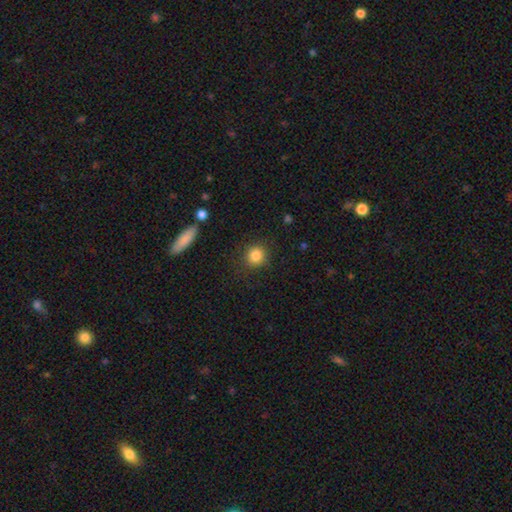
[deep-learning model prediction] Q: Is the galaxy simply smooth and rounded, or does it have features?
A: smooth — 84%.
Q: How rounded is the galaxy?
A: round — 90%.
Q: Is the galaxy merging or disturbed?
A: none — 87%.